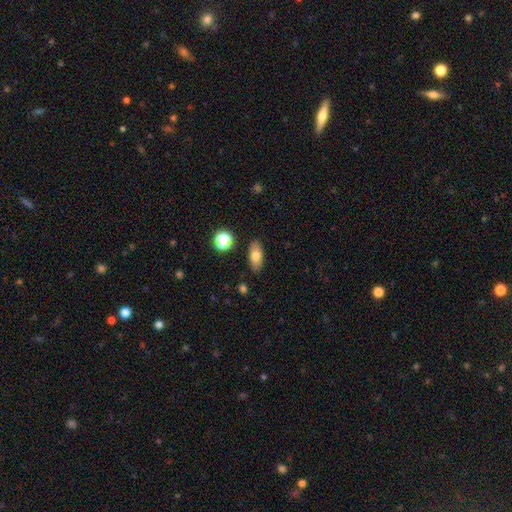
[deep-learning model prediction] Overall: smooth (75%). How rounded: in between (82%). Merging: none (87%).